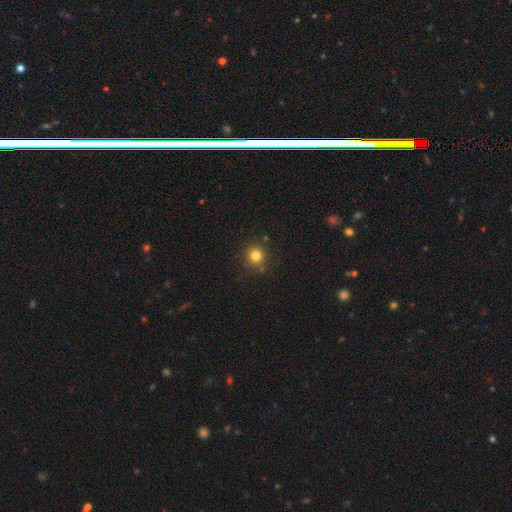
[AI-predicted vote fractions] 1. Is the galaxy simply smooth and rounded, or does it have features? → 80% smooth, 14% star or artifact, 6% featured or disk.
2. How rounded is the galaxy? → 93% round, 6% in between, 1% cigar-shaped.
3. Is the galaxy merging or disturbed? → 85% none, 8% minor disturbance, 4% merger, 3% major disturbance.